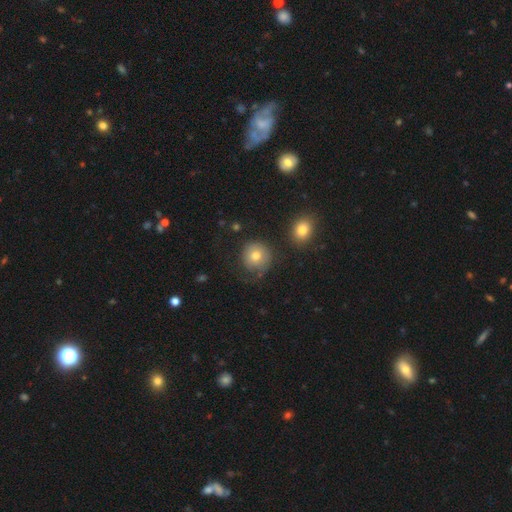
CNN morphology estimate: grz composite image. It shows a smooth galaxy with no disk features (75%) that is round (91%). Merging: none (71%).